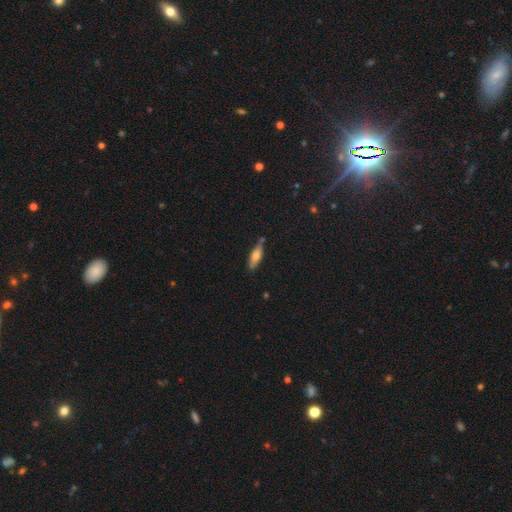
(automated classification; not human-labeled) Smooth or featured? smooth (64%)
How rounded? in between (51%)
Merging? none (75%)